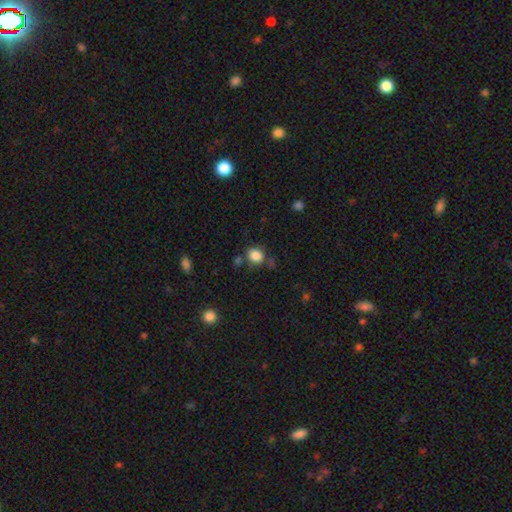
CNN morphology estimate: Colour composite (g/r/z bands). It shows a smooth galaxy with no disk features (84%) that is round (66%). Merging: none (71%).